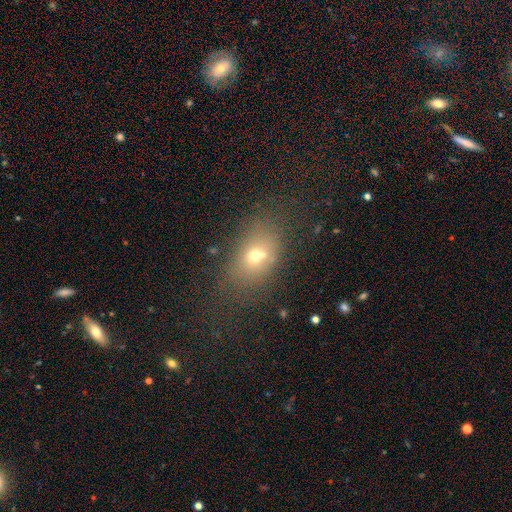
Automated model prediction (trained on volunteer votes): A smooth galaxy with no disk features (60%) that is in between round and cigar-shaped (68%).

Vote fractions:
- Smooth or featured? smooth: 60% / featured or disk: 22% / star or artifact: 18%
- How rounded? in between: 68% / round: 30% / cigar-shaped: 2%
- Merging? none: 50% / merger: 28% / minor disturbance: 14% / major disturbance: 9%